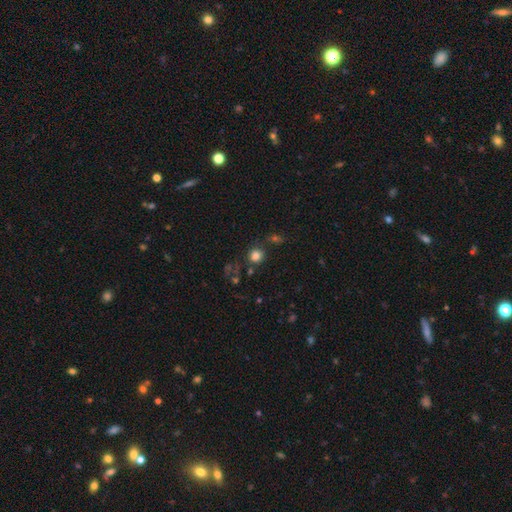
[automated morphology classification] This appears to be a smooth galaxy with no disk features (79%) that is round (88%). Merging: none (74%).